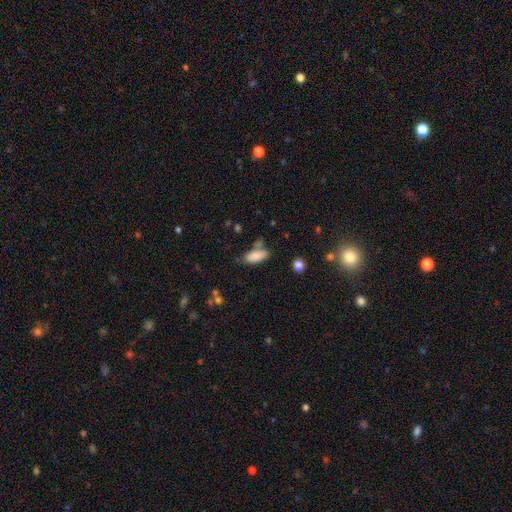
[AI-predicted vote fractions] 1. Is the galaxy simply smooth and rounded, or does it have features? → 86% smooth, 8% star or artifact, 6% featured or disk.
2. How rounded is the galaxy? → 81% in between, 16% cigar-shaped, 2% round.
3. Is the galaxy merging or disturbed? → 63% none, 21% minor disturbance, 10% merger, 6% major disturbance.